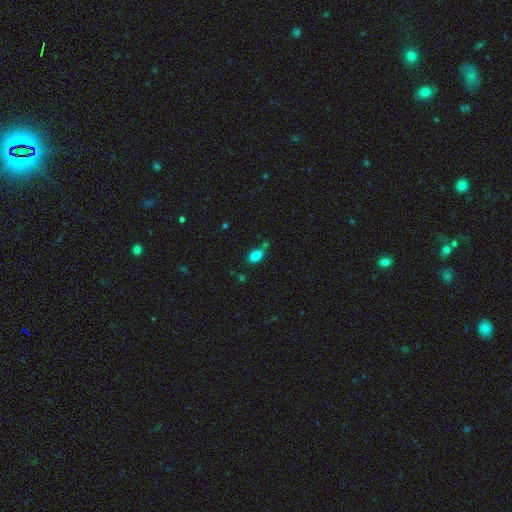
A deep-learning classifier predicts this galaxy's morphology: Q: Smooth or featured?
A: smooth (83%); runner-up: star or artifact (11%)
Q: How rounded?
A: in between (83%); runner-up: round (13%)
Q: Merging?
A: none (50%); runner-up: minor disturbance (27%)